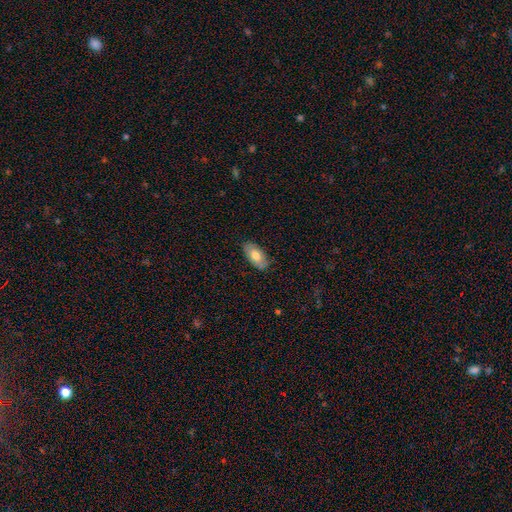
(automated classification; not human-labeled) Q: Smooth or featured?
A: smooth (70%); runner-up: featured or disk (24%)
Q: How rounded?
A: in between (94%); runner-up: round (3%)
Q: Merging?
A: none (83%); runner-up: minor disturbance (14%)